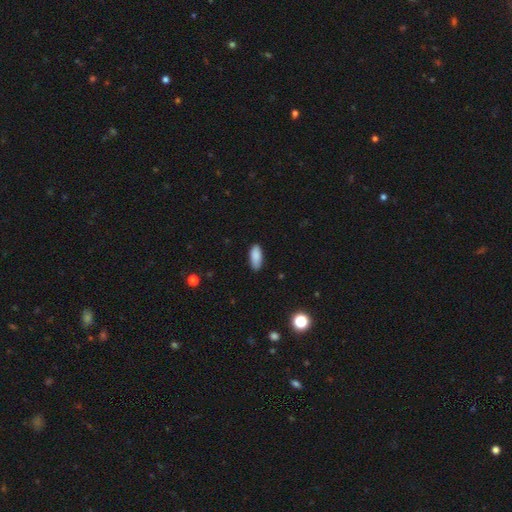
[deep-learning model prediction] Smooth or featured?
  - smooth: 88% *
  - star or artifact: 7%
  - featured or disk: 5%
How rounded?
  - in between: 83% *
  - cigar-shaped: 15%
  - round: 2%
Merging?
  - none: 83% *
  - minor disturbance: 13%
  - major disturbance: 2%
  - merger: 1%